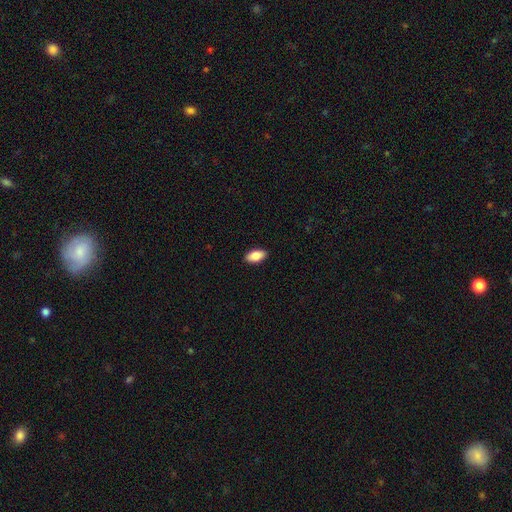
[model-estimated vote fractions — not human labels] This is clearly a smooth galaxy (86%). How rounded: clearly in between (92%). Merging: clearly none (90%).